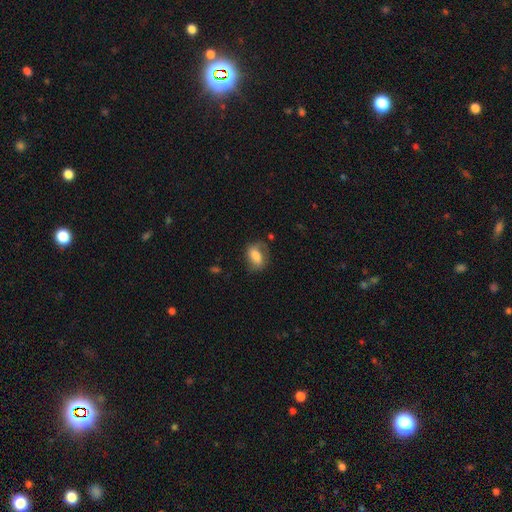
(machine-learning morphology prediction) This is likely a smooth galaxy (68%). How rounded: clearly in between (81%). Merging: likely none (61%).